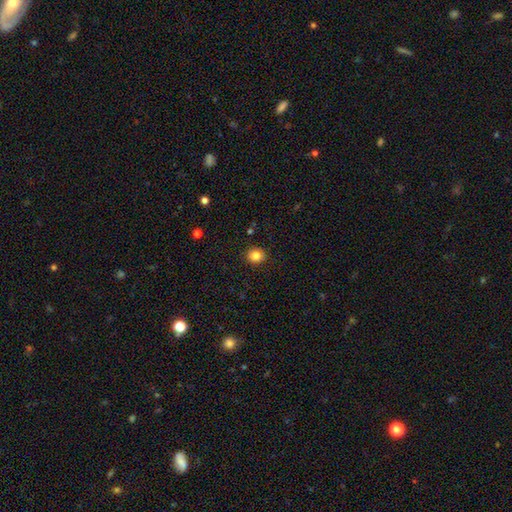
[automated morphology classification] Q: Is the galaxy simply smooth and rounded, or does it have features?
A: smooth — 84%.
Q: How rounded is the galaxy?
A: round — 79%.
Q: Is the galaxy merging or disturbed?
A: none — 91%.